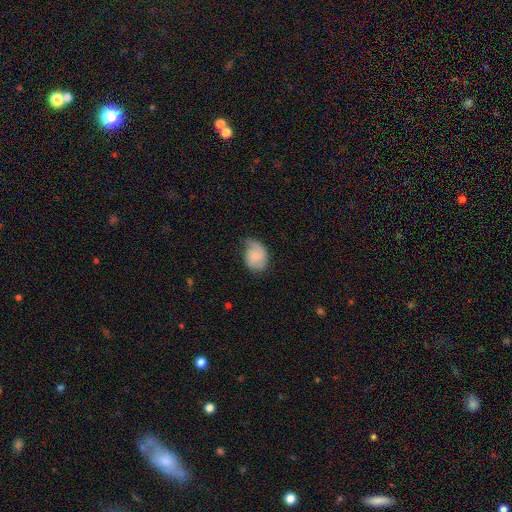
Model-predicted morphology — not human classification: A smooth galaxy with no disk features (54%) that is in between round and cigar-shaped (59%). Merging: none (40%).